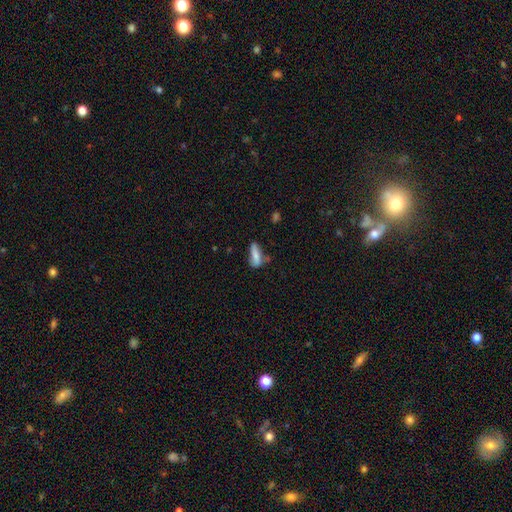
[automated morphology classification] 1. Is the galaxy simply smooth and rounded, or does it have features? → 71% smooth, 21% featured or disk, 8% star or artifact.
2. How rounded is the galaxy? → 53% in between, 45% cigar-shaped, 3% round.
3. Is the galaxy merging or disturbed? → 45% none, 31% minor disturbance, 14% major disturbance, 10% merger.